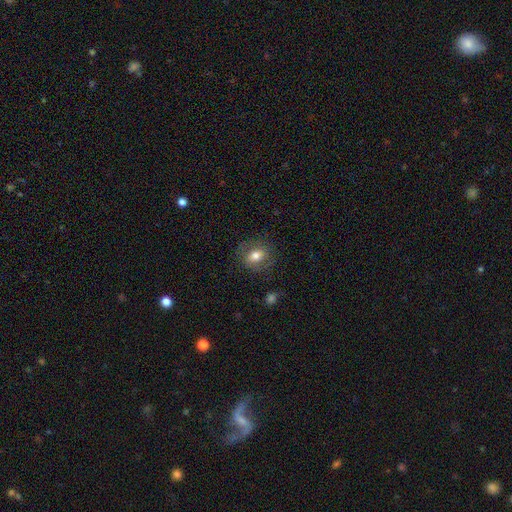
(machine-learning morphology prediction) Smooth or featured? Predicted: smooth (p=0.69). How rounded? Predicted: in between (p=0.54). Merging? Predicted: none (p=0.76).